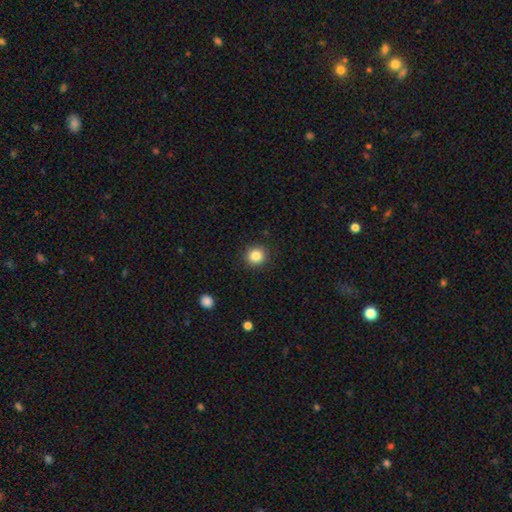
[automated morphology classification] A smooth galaxy with no disk features (85%) that is round (91%).

Vote fractions:
- Smooth or featured? smooth: 85% / star or artifact: 10% / featured or disk: 5%
- How rounded? round: 91% / in between: 8% / cigar-shaped: 1%
- Merging? none: 91% / minor disturbance: 6% / major disturbance: 2% / merger: 1%